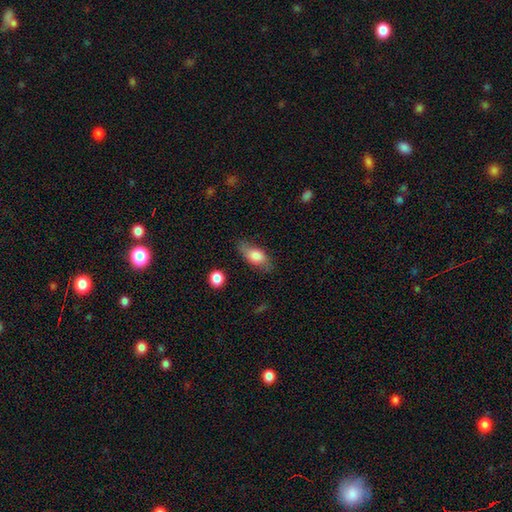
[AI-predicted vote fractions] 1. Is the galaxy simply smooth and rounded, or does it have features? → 75% smooth, 18% featured or disk, 7% star or artifact.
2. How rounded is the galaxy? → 83% in between, 11% cigar-shaped, 6% round.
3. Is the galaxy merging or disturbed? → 66% none, 25% minor disturbance, 7% major disturbance, 2% merger.